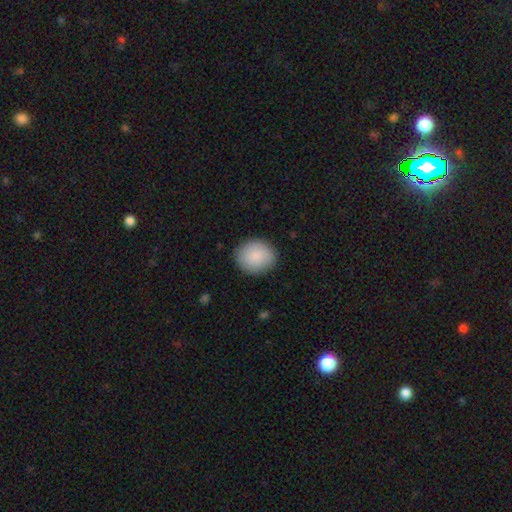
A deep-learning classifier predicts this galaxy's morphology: A smooth galaxy with no disk features (88%) that is round (74%). Merging: none (88%).